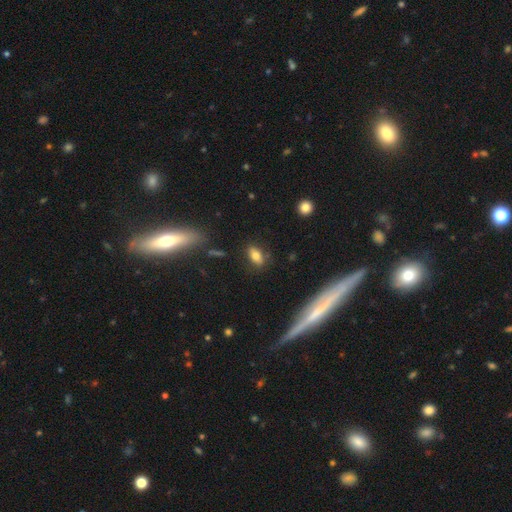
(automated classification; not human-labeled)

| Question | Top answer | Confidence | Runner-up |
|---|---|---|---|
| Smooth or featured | smooth | 74% | featured or disk (15%) |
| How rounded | in between | 84% | cigar-shaped (9%) |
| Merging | none | 80% | minor disturbance (14%) |